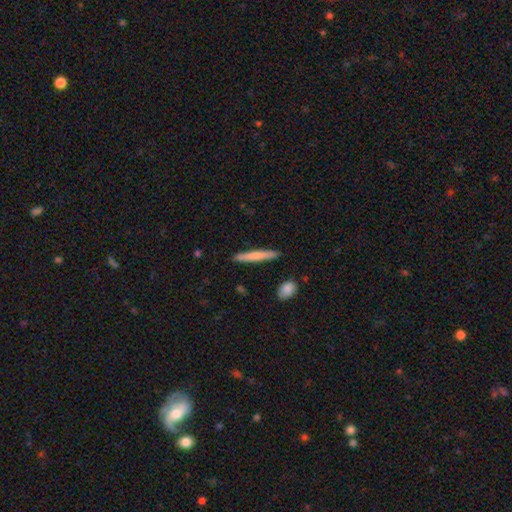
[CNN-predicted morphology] This is likely a smooth galaxy (70%). How rounded: clearly cigar-shaped (95%). Merging: clearly none (90%).